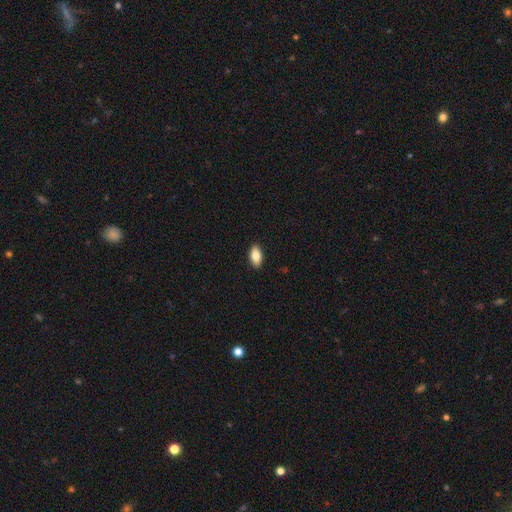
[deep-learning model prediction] Smooth or featured? Predicted: smooth (p=0.80). How rounded? Predicted: in between (p=0.89). Merging? Predicted: none (p=0.90).